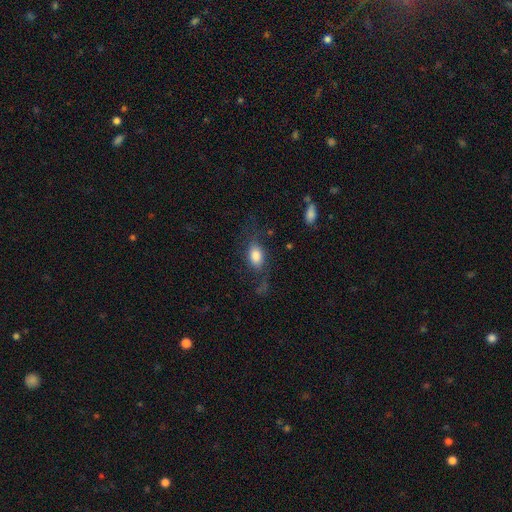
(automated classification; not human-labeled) Smooth or featured? Predicted: smooth (p=0.76). How rounded? Predicted: in between (p=0.84). Merging? Predicted: none (p=0.59).